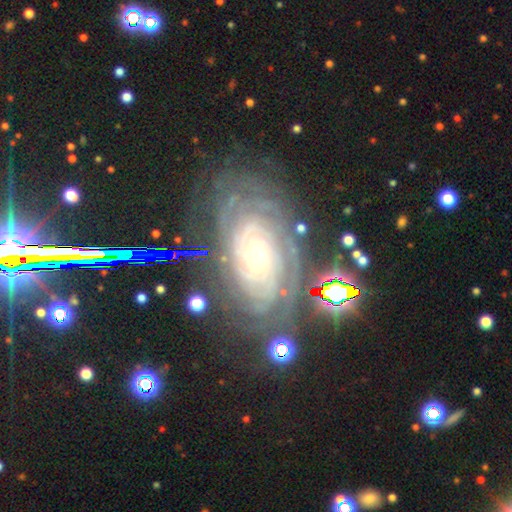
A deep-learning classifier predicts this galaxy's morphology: Overall: featured or disk (85%). Edge-on disk: no (95%). Bar: no (76%). Spiral arms: yes (96%). Spiral arm count: can't tell (36%; more than 4 19%). Spiral winding: tight (84%). Bulge size: moderate (48%; small 46%). Merging: none (75%).